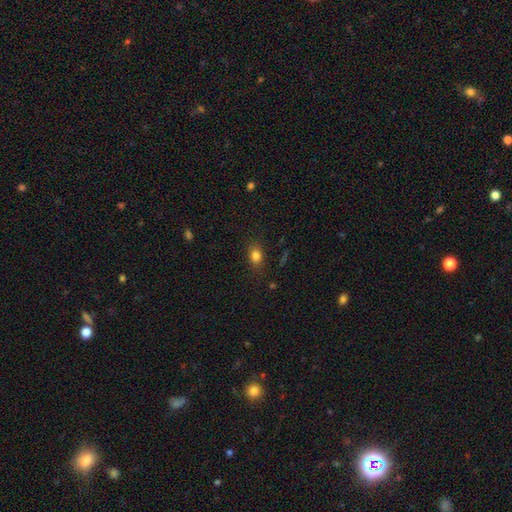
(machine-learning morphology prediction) smooth 82%, star or artifact 12%, featured or disk 7%. Down the decision tree: how rounded — in between (67%); merging — none (81%).